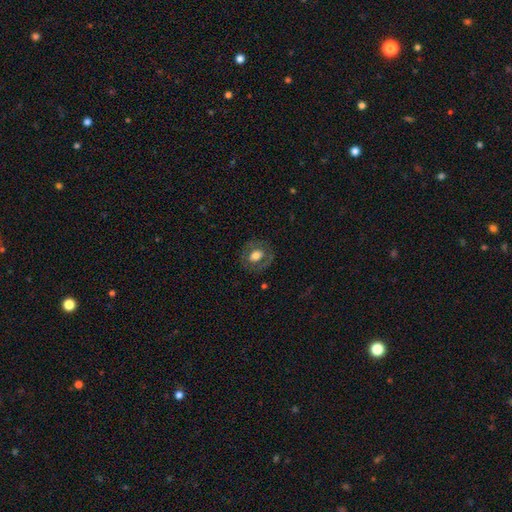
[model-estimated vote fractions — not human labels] Smooth or featured?
  - smooth: 54% *
  - featured or disk: 38%
  - star or artifact: 8%
How rounded?
  - round: 52% *
  - in between: 47%
  - cigar-shaped: 1%
Merging?
  - none: 79% *
  - minor disturbance: 13%
  - major disturbance: 7%
  - merger: 1%